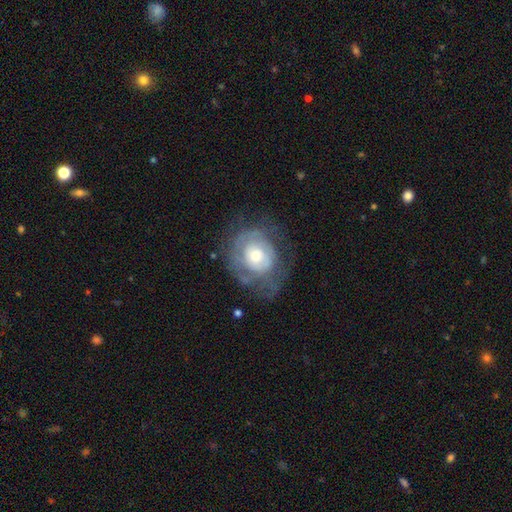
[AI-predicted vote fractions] The model was most divided on "spiral arms": yes: 56%, no: 44%. More confident: edge-on disk — no (97%); bar — no (81%); smooth or featured — featured or disk (62%); bulge size — moderate (58%); merging — none (55%).